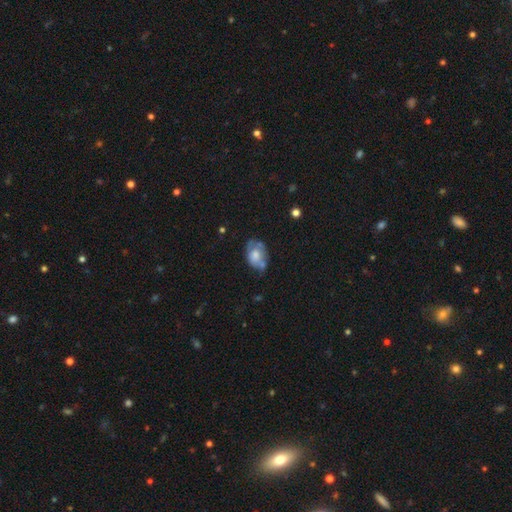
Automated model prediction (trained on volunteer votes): Smooth or featured? smooth (55%)
How rounded? in between (81%)
Merging? none (42%)